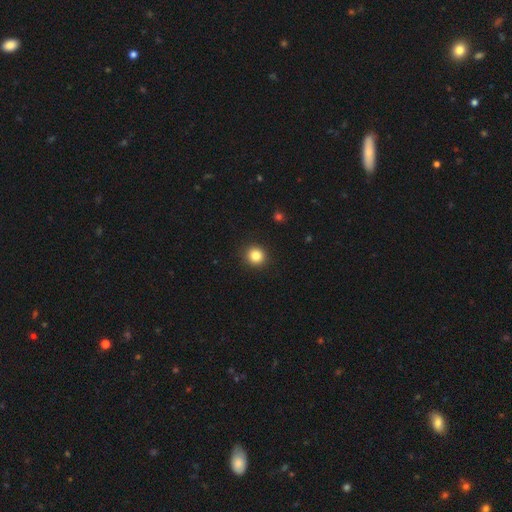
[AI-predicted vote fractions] Smooth or featured? Predicted: smooth (p=0.85). How rounded? Predicted: round (p=0.90). Merging? Predicted: none (p=0.92).